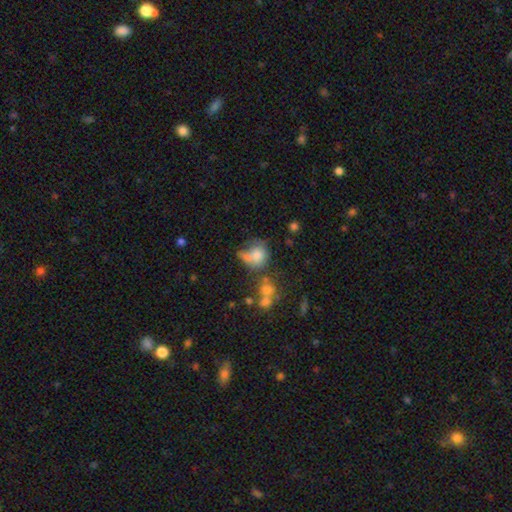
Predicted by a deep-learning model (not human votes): smooth_or_featured: smooth (p=0.69) [alt: featured or disk p=0.19]
how_rounded: round (p=0.62) [alt: in between p=0.36]
merging: merger (p=0.31) [alt: none p=0.29]